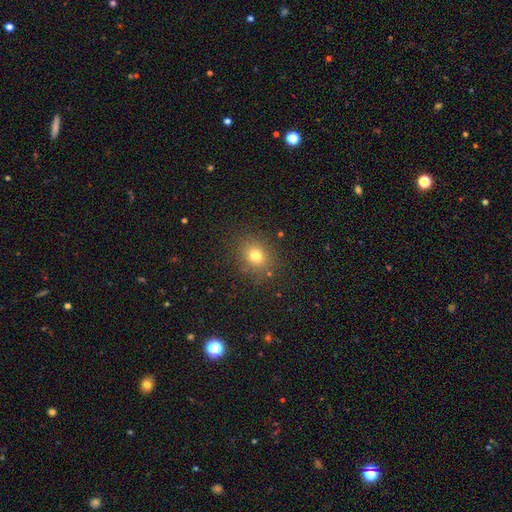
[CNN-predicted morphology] smooth-or-featured: smooth: 76% | star or artifact: 16% | featured or disk: 8%
  how-rounded: round: 62% | in between: 37% | cigar-shaped: 1%
  merging: none: 85% | minor disturbance: 10% | major disturbance: 4% | merger: 2%